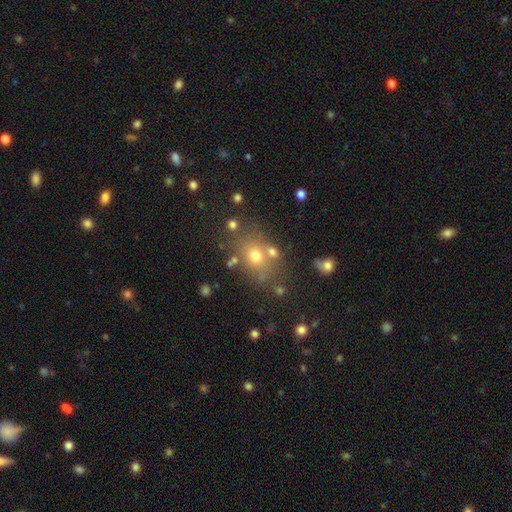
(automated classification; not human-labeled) Smooth or featured?
  - smooth: 66% *
  - star or artifact: 19%
  - featured or disk: 15%
How rounded?
  - in between: 50% *
  - round: 48%
  - cigar-shaped: 1%
Merging?
  - none: 66% *
  - merger: 15%
  - minor disturbance: 14%
  - major disturbance: 6%